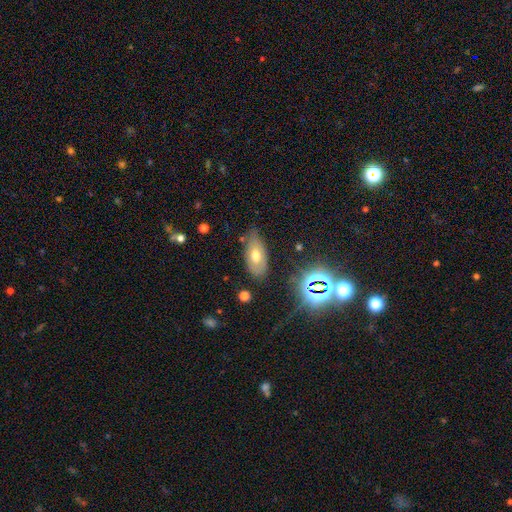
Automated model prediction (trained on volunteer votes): Smooth or featured: smooth — 53% (featured or disk — 35%)
How rounded: in between — 91% (cigar-shaped — 5%)
Merging: none — 68% (minor disturbance — 24%)